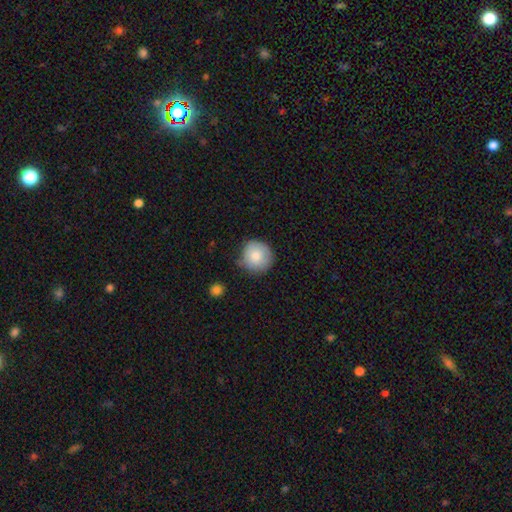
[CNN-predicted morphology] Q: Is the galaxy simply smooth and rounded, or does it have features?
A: smooth — 82%.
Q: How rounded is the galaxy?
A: round — 94%.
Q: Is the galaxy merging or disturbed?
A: none — 76%.